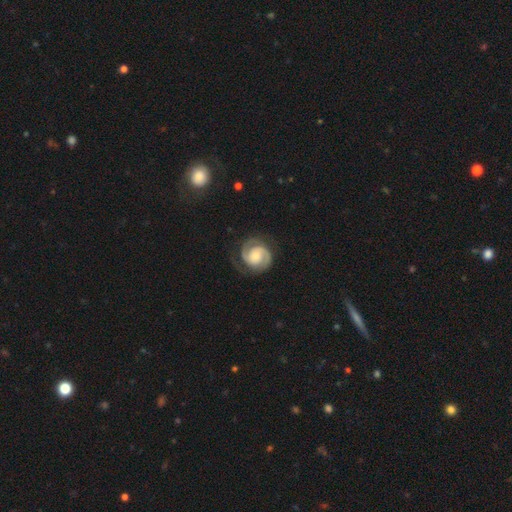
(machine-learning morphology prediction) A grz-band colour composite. It shows a featured or disk galaxy (87%) with no bar (63%), 2 (89%) tight (58%) spiral arms (98%) and a moderate central bulge (45%). Merging: none (77%).